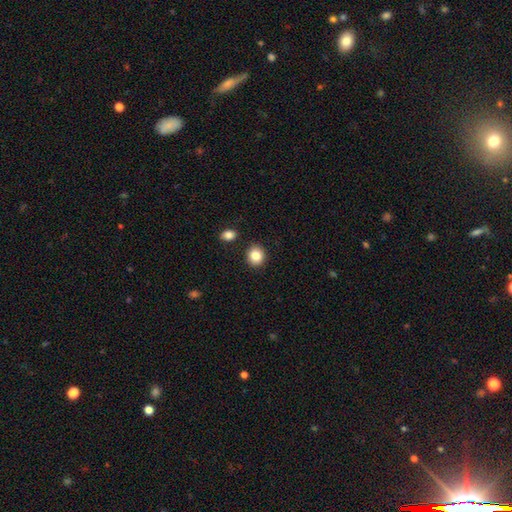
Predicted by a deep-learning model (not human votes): A smooth galaxy with no disk features (84%) that is round (71%).

Vote fractions:
- Smooth or featured? smooth: 84% / star or artifact: 9% / featured or disk: 7%
- How rounded? round: 71% / in between: 29% / cigar-shaped: 1%
- Merging? none: 88% / minor disturbance: 7% / merger: 3% / major disturbance: 2%